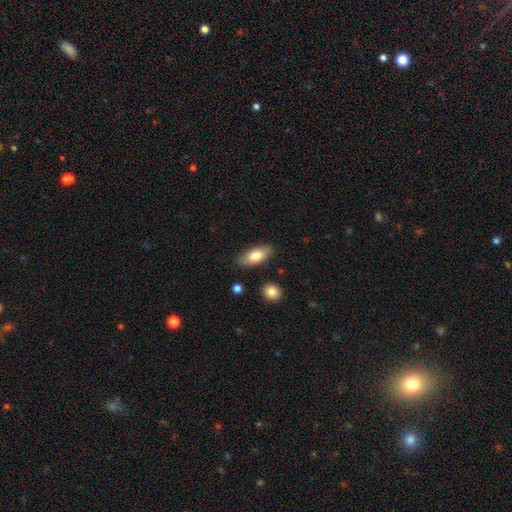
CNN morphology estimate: smooth-or-featured: smooth: 78% | featured or disk: 16% | star or artifact: 6%
  how-rounded: in between: 84% | cigar-shaped: 14% | round: 3%
  merging: none: 84% | minor disturbance: 11% | major disturbance: 2% | merger: 2%